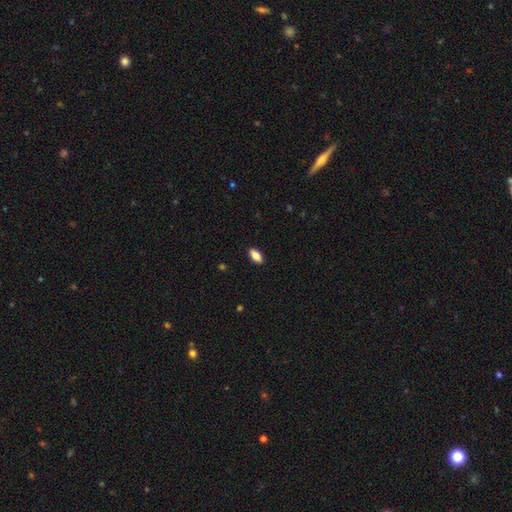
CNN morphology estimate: type=smooth (80%); roundness=in between (86%); merging=none (89%).